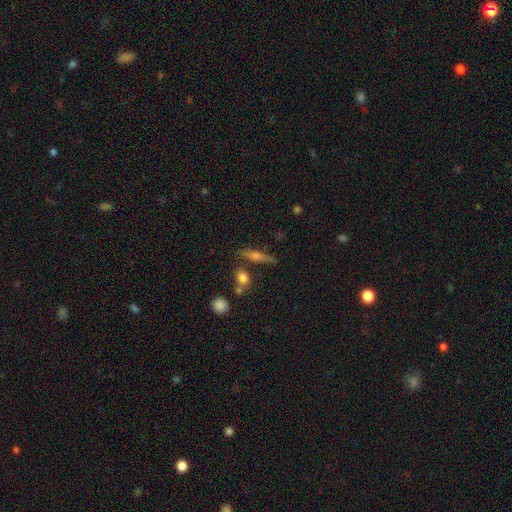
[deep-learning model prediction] smooth_or_featured: featured or disk (p=0.56) [alt: smooth p=0.34]
disk_edge_on: yes (p=0.93) [alt: no p=0.07]
edge_on_bulge: rounded (p=0.84) [alt: boxy p=0.08]
merging: none (p=0.76) [alt: minor disturbance p=0.13]